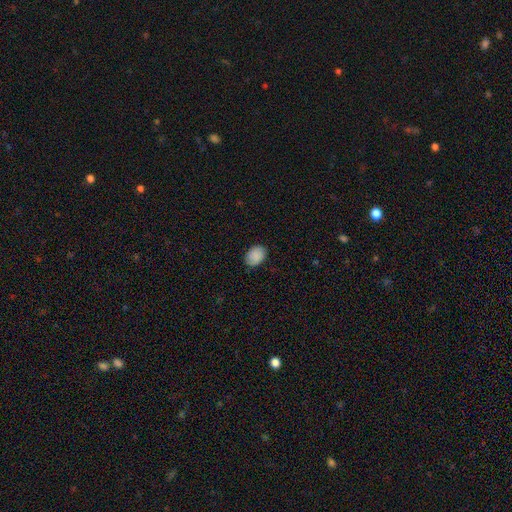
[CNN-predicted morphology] This appears to be a smooth galaxy with no disk features (89%) that is in between round and cigar-shaped (74%). Merging: none (85%).